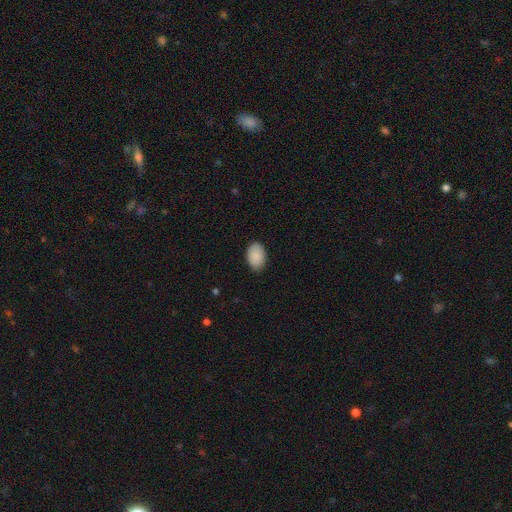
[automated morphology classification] The model was most divided on "merging": none: 86%, minor disturbance: 11%, major disturbance: 2%, merger: 1%. More confident: smooth or featured — smooth (90%); how rounded — in between (88%).